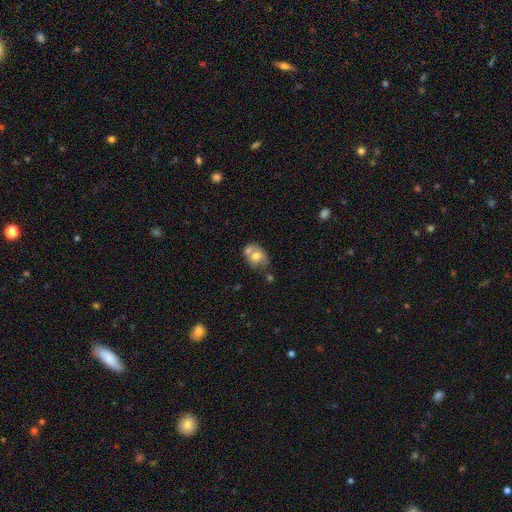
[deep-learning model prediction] The model was most divided on "how rounded": round: 54%, in between: 45%, cigar-shaped: 1%. Remaining: smooth or featured — smooth (61%); merging — merger (44%).